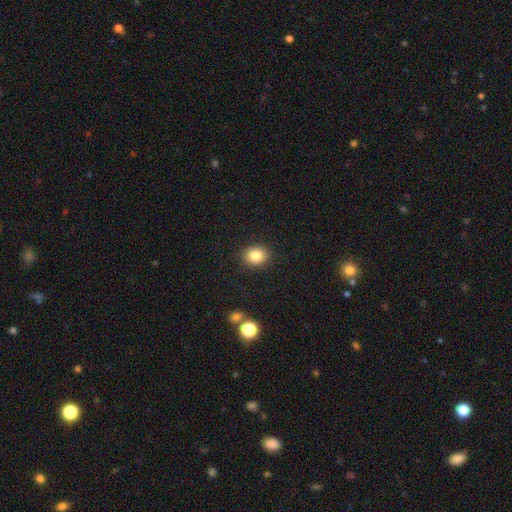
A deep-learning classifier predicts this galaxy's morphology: This appears to be a smooth galaxy with no disk features (83%) that is round (60%). Merging: none (89%).